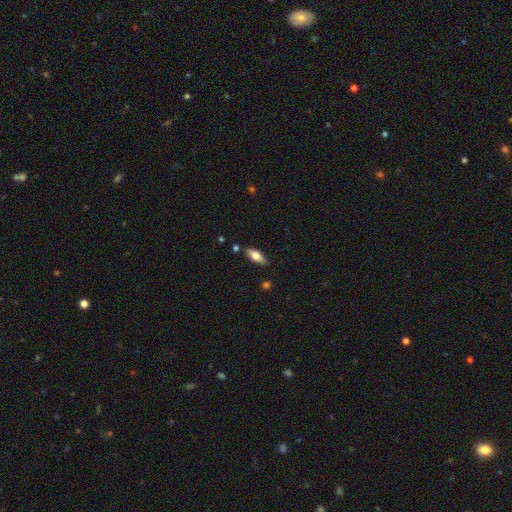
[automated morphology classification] Smooth or featured?
  - smooth: 74% *
  - featured or disk: 19%
  - star or artifact: 6%
How rounded?
  - in between: 76% *
  - cigar-shaped: 22%
  - round: 2%
Merging?
  - none: 82% *
  - minor disturbance: 13%
  - merger: 3%
  - major disturbance: 2%